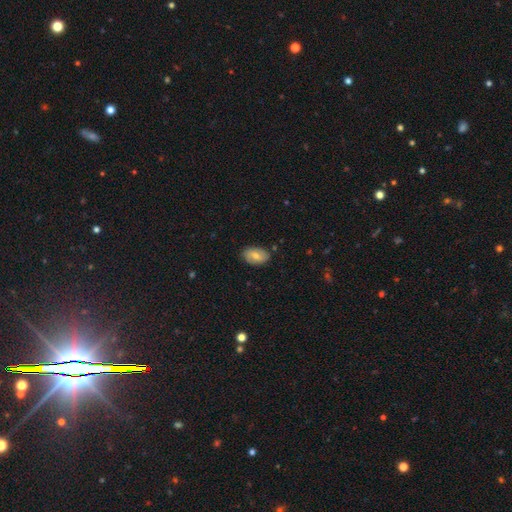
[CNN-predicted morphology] Smooth or featured: smooth — 69% (featured or disk — 24%)
How rounded: in between — 91% (round — 7%)
Merging: none — 83% (minor disturbance — 13%)